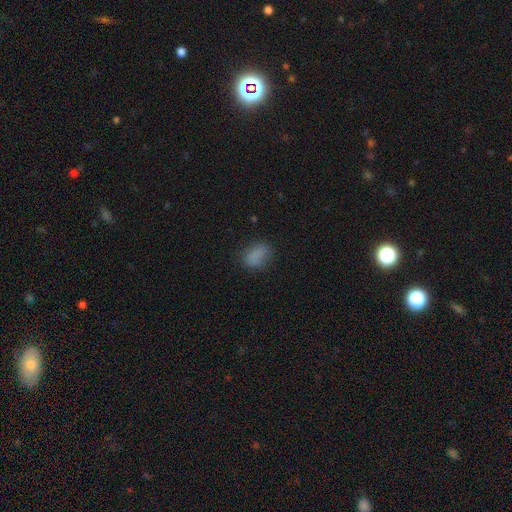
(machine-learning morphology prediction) smooth_or_featured: smooth (p=0.82) [alt: star or artifact p=0.12]
how_rounded: in between (p=0.84) [alt: round p=0.14]
merging: none (p=0.72) [alt: minor disturbance p=0.20]